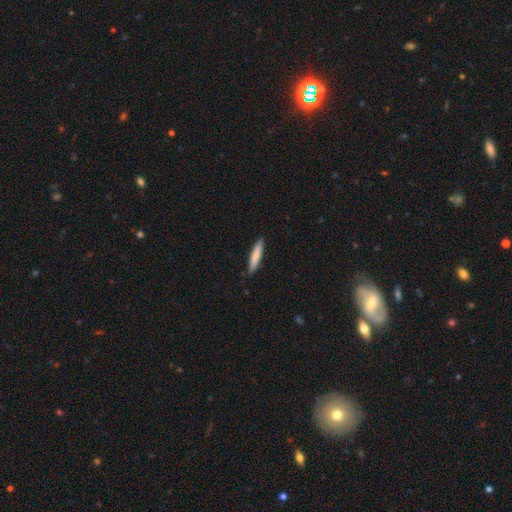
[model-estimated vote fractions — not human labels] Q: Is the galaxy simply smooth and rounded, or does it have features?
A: smooth — 79%.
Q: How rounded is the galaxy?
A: cigar-shaped — 89%.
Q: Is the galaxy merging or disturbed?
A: none — 87%.